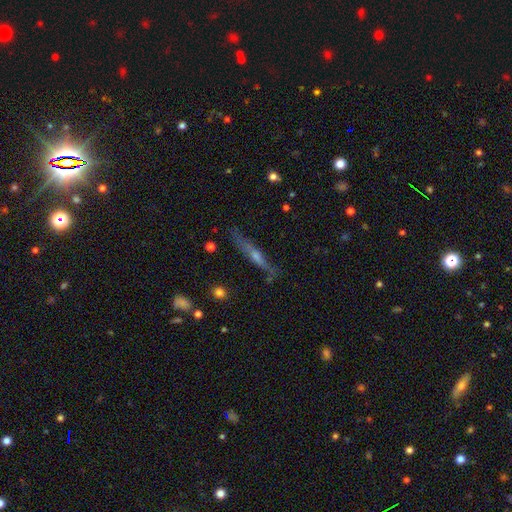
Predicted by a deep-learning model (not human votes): smooth_or_featured: featured or disk (p=0.62) [alt: smooth p=0.28]
disk_edge_on: yes (p=0.90) [alt: no p=0.10]
edge_on_bulge: rounded (p=0.66) [alt: none p=0.23]
merging: none (p=0.73) [alt: minor disturbance p=0.18]